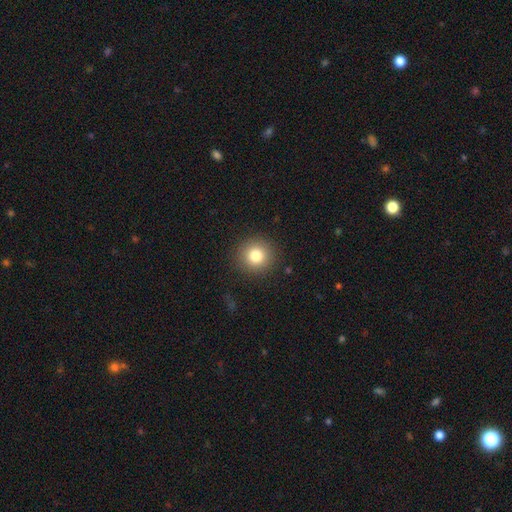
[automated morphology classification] Smooth or featured? smooth (81%)
How rounded? round (93%)
Merging? none (90%)